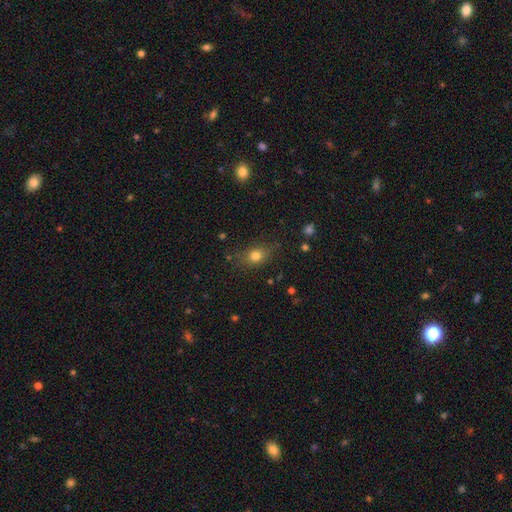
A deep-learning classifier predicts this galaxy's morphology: Smooth or featured?
  - smooth: 78% *
  - star or artifact: 13%
  - featured or disk: 9%
How rounded?
  - in between: 60% *
  - round: 37%
  - cigar-shaped: 3%
Merging?
  - none: 79% *
  - minor disturbance: 14%
  - major disturbance: 5%
  - merger: 2%